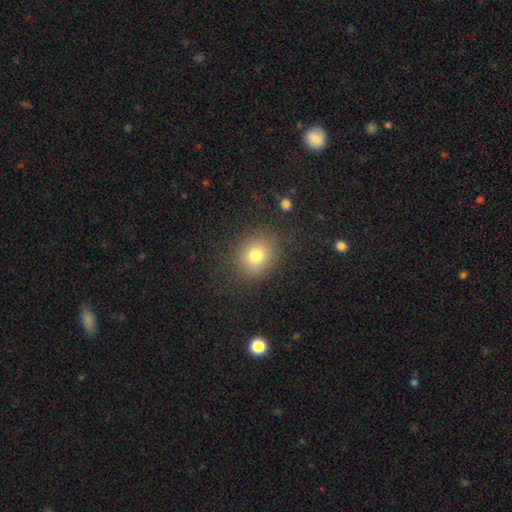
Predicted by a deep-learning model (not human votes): smooth 76%, star or artifact 14%, featured or disk 10%. Down the decision tree: how rounded — round (70%); merging — none (85%).